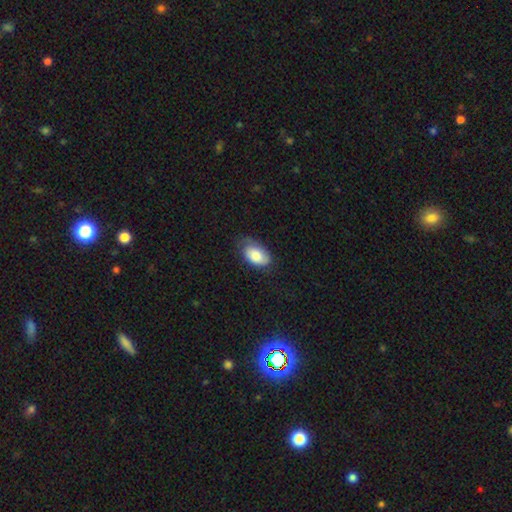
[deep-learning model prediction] A smooth galaxy with no disk features (74%) that is in between round and cigar-shaped (93%).

Vote fractions:
- Smooth or featured? smooth: 74% / featured or disk: 20% / star or artifact: 7%
- How rounded? in between: 93% / round: 6% / cigar-shaped: 2%
- Merging? none: 56% / minor disturbance: 31% / major disturbance: 11% / merger: 1%